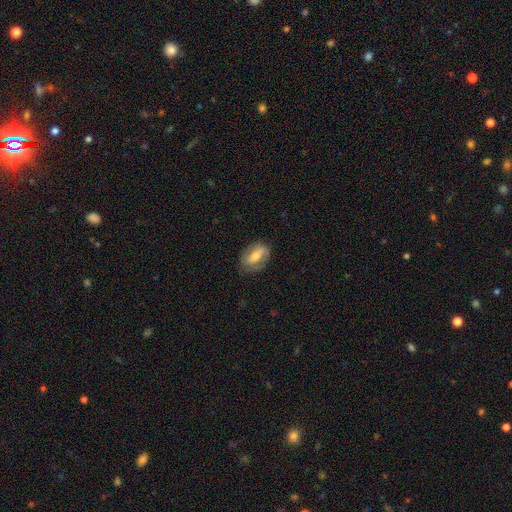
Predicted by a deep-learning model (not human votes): Smooth or featured?
  - featured or disk: 47% *
  - smooth: 46%
  - star or artifact: 7%
Merging?
  - none: 73% *
  - minor disturbance: 19%
  - major disturbance: 7%
  - merger: 1%